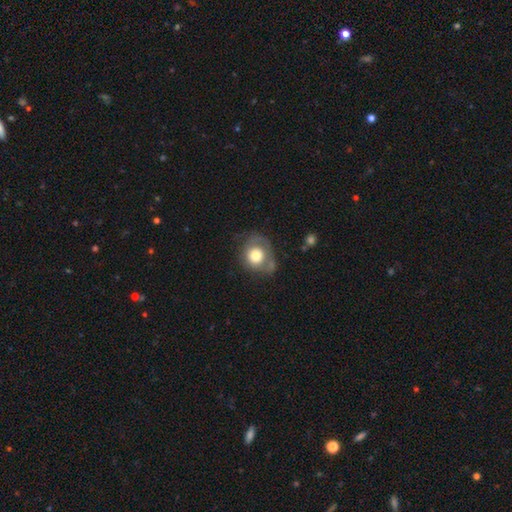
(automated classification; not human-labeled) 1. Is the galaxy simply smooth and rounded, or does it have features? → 65% smooth, 27% featured or disk, 8% star or artifact.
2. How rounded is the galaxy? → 72% round, 27% in between, 1% cigar-shaped.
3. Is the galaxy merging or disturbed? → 47% none, 27% minor disturbance, 19% major disturbance, 6% merger.